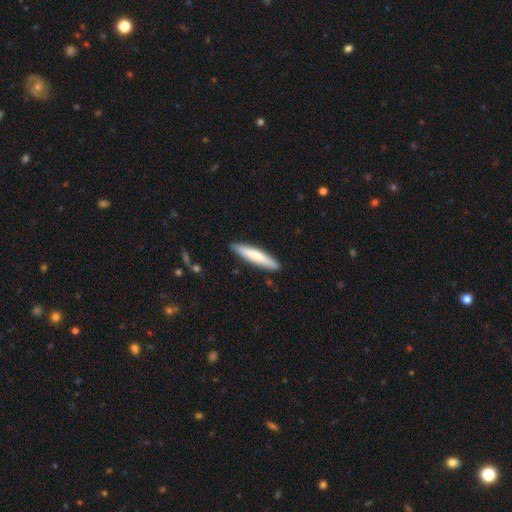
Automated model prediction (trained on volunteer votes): smooth_or_featured: smooth (p=0.71) [alt: featured or disk p=0.24]
how_rounded: cigar-shaped (p=0.90) [alt: in between p=0.09]
merging: none (p=0.88) [alt: minor disturbance p=0.09]